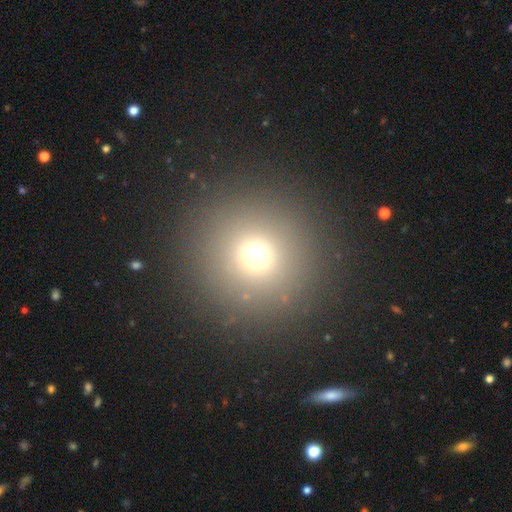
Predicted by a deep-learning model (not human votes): This is likely a smooth galaxy (68%). How rounded: clearly round (96%). Merging: clearly none (89%).